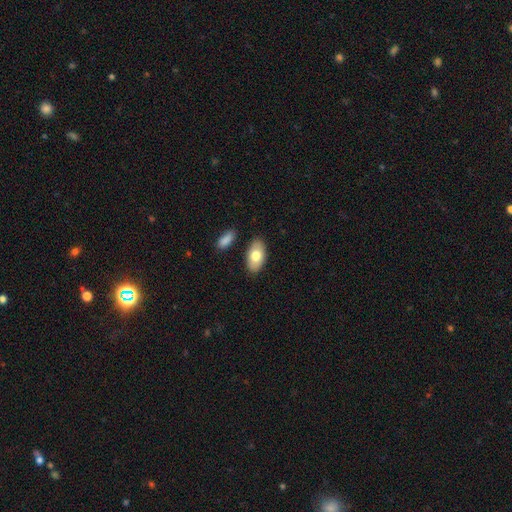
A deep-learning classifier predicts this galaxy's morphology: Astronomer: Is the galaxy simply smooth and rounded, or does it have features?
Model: smooth — 76%.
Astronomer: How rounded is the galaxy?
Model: in between — 95%.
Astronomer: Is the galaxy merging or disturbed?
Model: none — 85%.